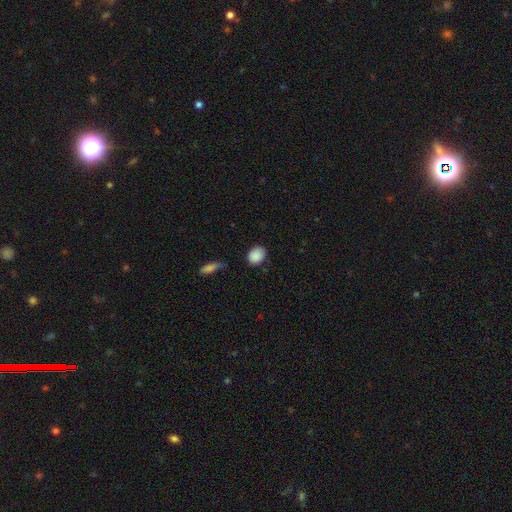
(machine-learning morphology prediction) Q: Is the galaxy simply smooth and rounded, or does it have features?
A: smooth — 88%.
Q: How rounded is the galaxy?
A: round — 50%.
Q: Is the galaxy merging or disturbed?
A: none — 78%.